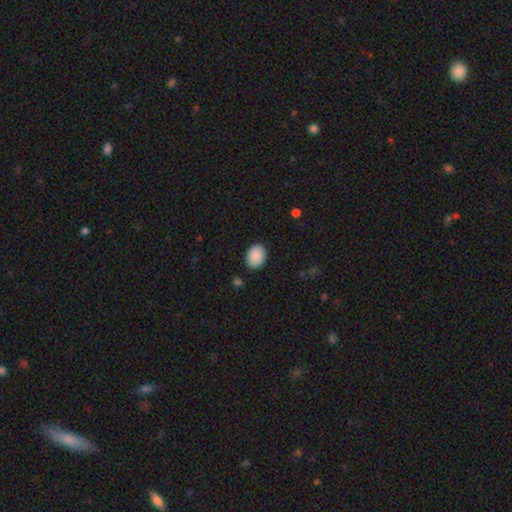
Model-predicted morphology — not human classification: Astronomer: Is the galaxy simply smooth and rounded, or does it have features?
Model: smooth — 90%.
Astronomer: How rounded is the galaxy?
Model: in between — 72%.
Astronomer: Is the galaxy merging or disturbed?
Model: none — 88%.